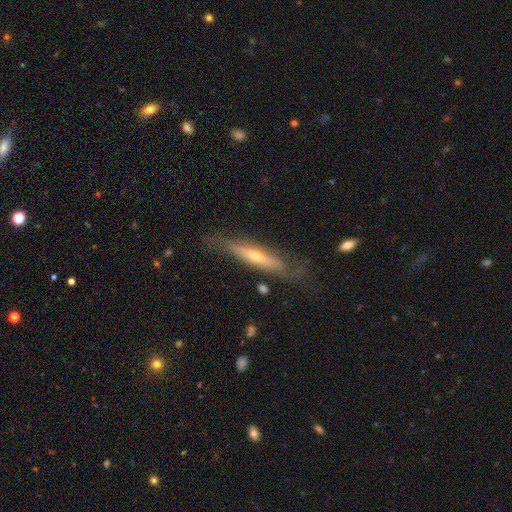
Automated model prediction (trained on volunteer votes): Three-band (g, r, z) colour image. It shows a featured or disk galaxy (65%) viewed edge-on (78%) with a rounded central bulge (77%). Merging: none (74%).